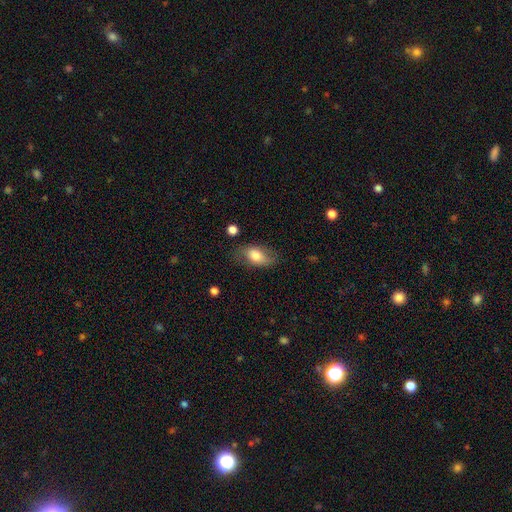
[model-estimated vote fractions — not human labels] This appears to be a smooth galaxy with no disk features (72%) that is in between round and cigar-shaped (89%). Merging: none (68%).